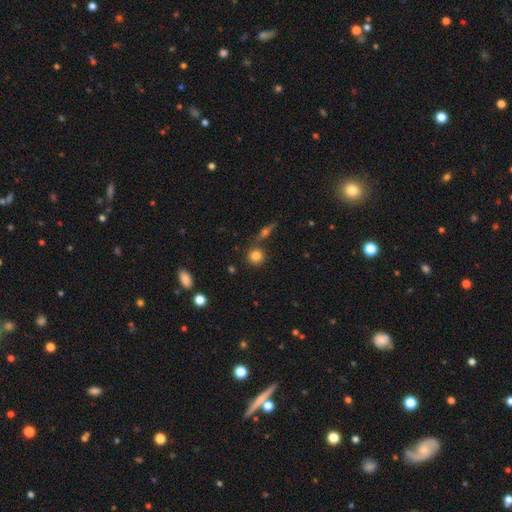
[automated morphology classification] Smooth or featured: smooth — 83% (star or artifact — 10%)
How rounded: round — 88% (in between — 10%)
Merging: none — 73% (merger — 14%)